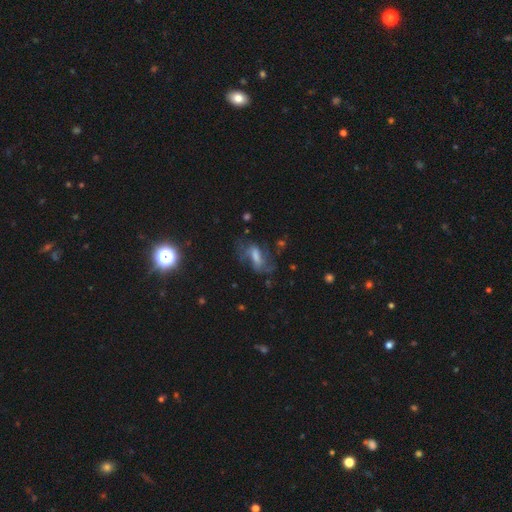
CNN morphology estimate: Smooth or featured: featured or disk — 55% (smooth — 26%)
Edge-on disk: no — 88% (yes — 12%)
Merging: none — 54% (major disturbance — 22%)